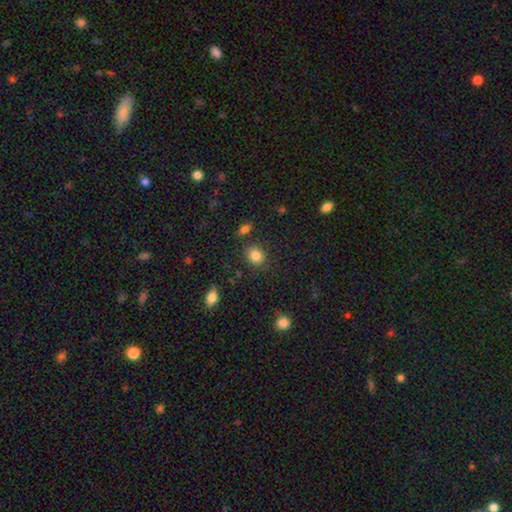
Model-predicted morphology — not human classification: Smooth or featured?
  - smooth: 84% *
  - star or artifact: 10%
  - featured or disk: 5%
How rounded?
  - round: 70% *
  - in between: 29%
  - cigar-shaped: 1%
Merging?
  - none: 82% *
  - minor disturbance: 10%
  - merger: 4%
  - major disturbance: 4%